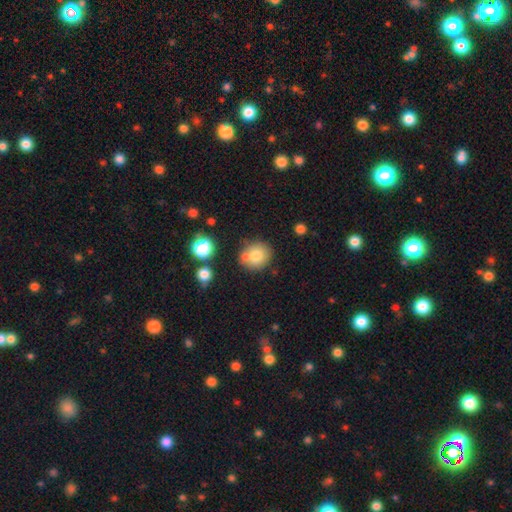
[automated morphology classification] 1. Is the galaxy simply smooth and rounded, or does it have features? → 76% smooth, 13% featured or disk, 11% star or artifact.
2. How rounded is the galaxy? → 84% round, 15% in between, 1% cigar-shaped.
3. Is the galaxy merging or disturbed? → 68% none, 17% merger, 12% minor disturbance, 3% major disturbance.